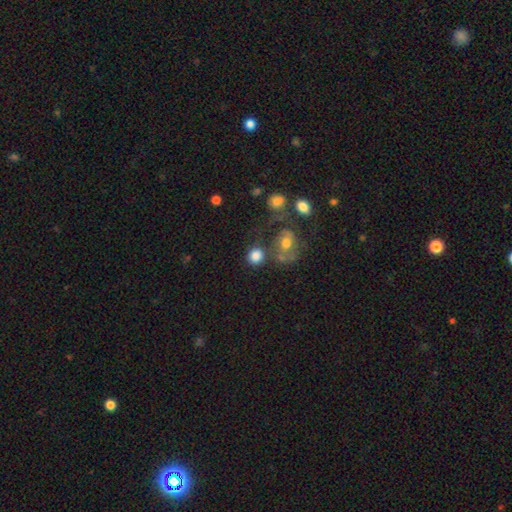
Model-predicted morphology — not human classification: This is clearly a smooth galaxy (81%). How rounded: clearly round (82%). Merging: likely none (63%).